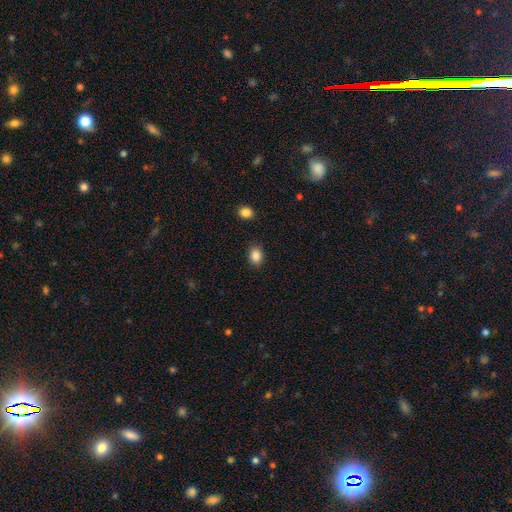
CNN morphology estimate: smooth-or-featured: smooth: 87% | star or artifact: 9% | featured or disk: 4%
  how-rounded: in between: 58% | round: 41% | cigar-shaped: 1%
  merging: none: 86% | minor disturbance: 9% | major disturbance: 2% | merger: 2%